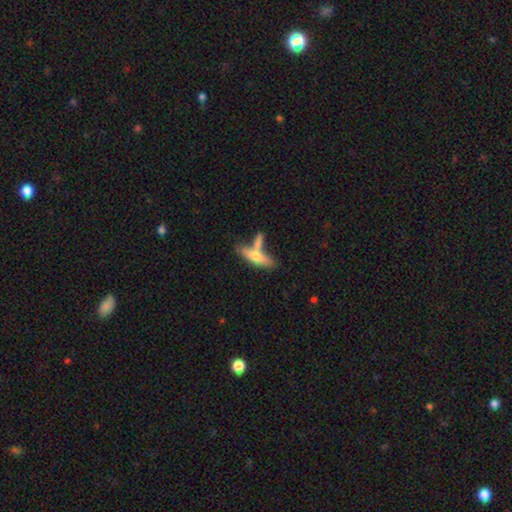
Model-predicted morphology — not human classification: Smooth or featured?
  - smooth: 62% *
  - featured or disk: 32%
  - star or artifact: 7%
How rounded?
  - cigar-shaped: 64% *
  - in between: 34%
  - round: 2%
Merging?
  - none: 45% *
  - merger: 35%
  - minor disturbance: 14%
  - major disturbance: 6%